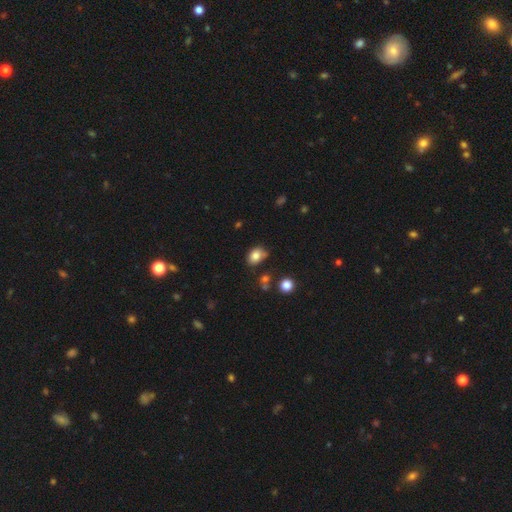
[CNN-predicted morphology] This appears to be a smooth galaxy with no disk features (82%) that is in between round and cigar-shaped (68%). Merging: none (65%).